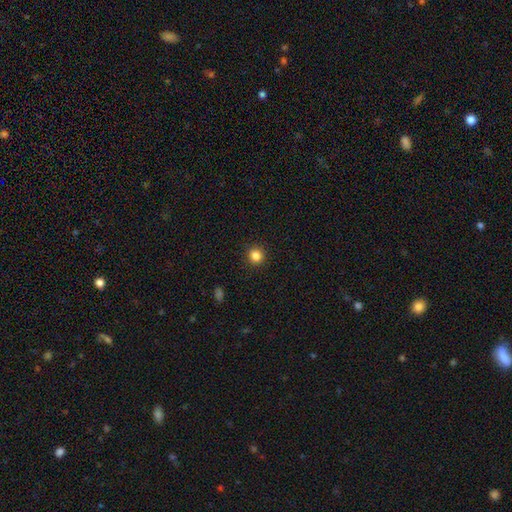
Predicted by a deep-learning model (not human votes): smooth 85%, star or artifact 12%, featured or disk 4%. Down the decision tree: how rounded — round (91%); merging — none (91%).